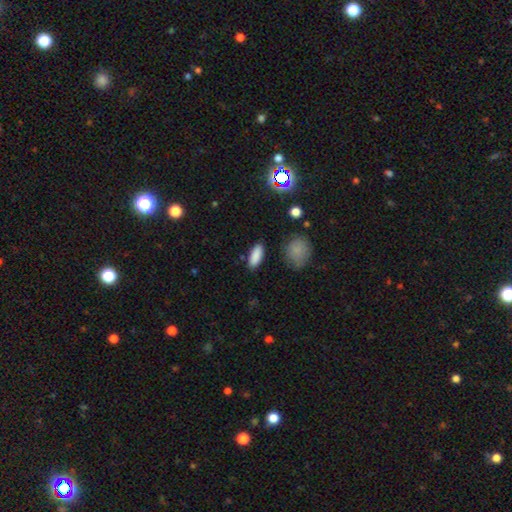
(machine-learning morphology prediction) type=smooth (87%); roundness=in between (75%); merging=none (86%).